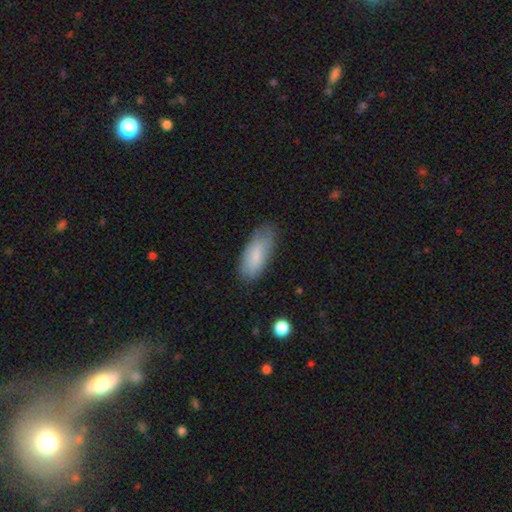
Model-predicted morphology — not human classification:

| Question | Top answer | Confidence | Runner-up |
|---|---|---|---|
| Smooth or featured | smooth | 80% | featured or disk (14%) |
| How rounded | in between | 80% | cigar-shaped (18%) |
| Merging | none | 71% | minor disturbance (22%) |